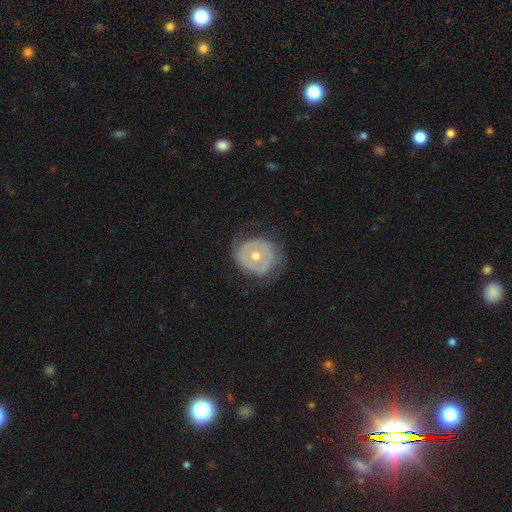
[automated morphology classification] This is likely a featured or disk galaxy (63%). It is clearly not viewed edge-on (96%). Bar: clearly no (83%). Spiral arm pattern: likely no (61%). Central bulge: likely moderate (68%). Merging: likely none (65%).